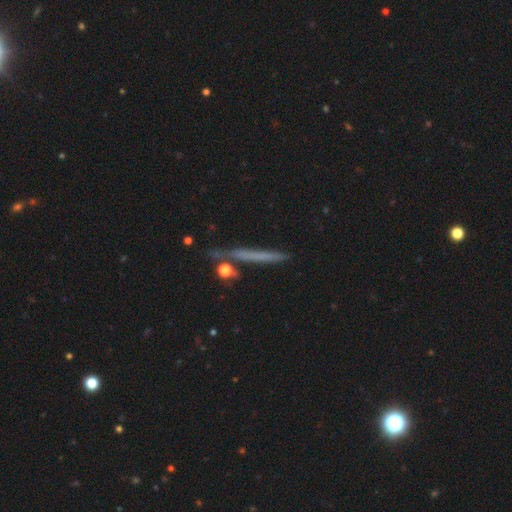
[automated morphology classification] This is possibly a smooth galaxy (48%). Merging: likely none (80%).